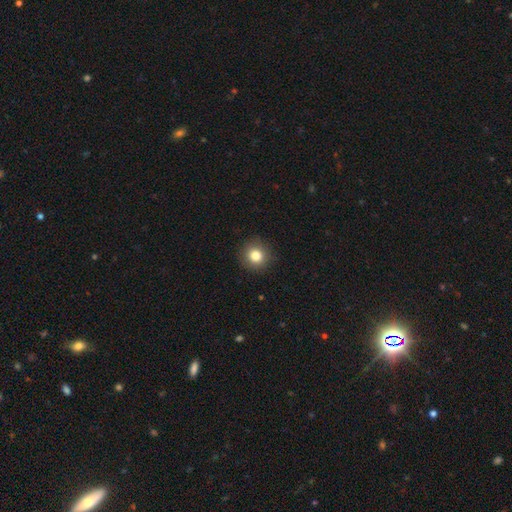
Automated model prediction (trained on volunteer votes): smooth_or_featured: smooth (p=0.82) [alt: star or artifact p=0.11]
how_rounded: round (p=0.93) [alt: in between p=0.06]
merging: none (p=0.91) [alt: minor disturbance p=0.06]